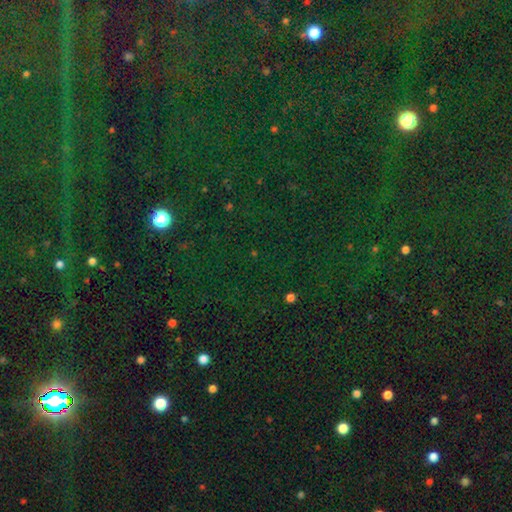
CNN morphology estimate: Smooth or featured?
  - star or artifact: 84% *
  - smooth: 10%
  - featured or disk: 6%